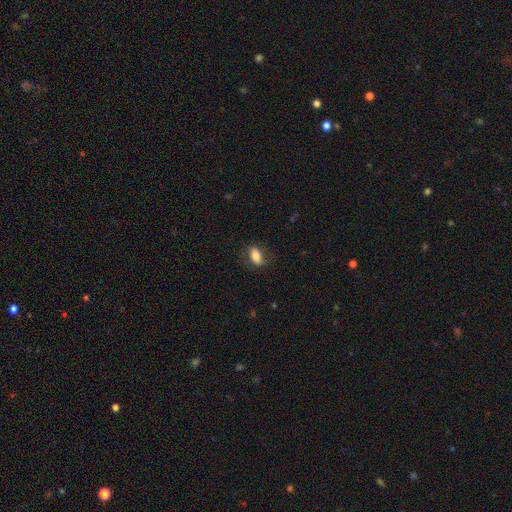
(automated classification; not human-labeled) Morphology: type=smooth (76%); roundness=in between (86%); merging=none (75%).